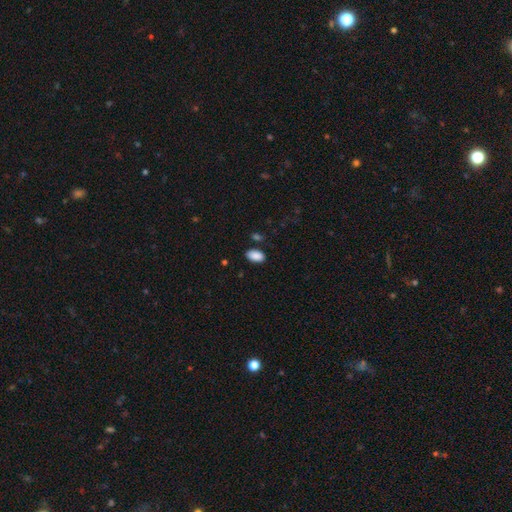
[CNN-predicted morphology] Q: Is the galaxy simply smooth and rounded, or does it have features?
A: smooth — 89%.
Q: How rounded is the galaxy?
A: in between — 95%.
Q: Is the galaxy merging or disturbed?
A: none — 84%.